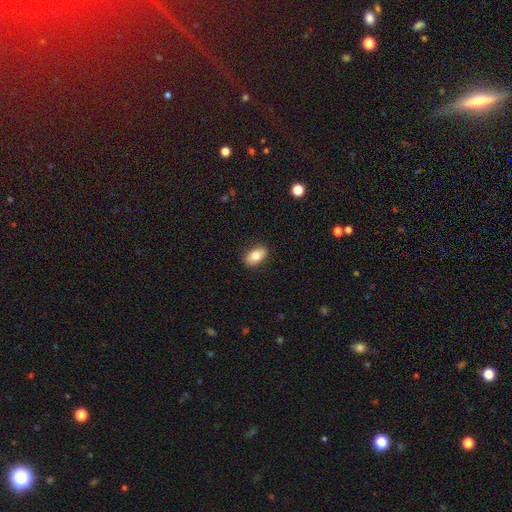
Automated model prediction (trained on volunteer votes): Overall: smooth (81%). How rounded: in between (89%). Merging: none (87%).